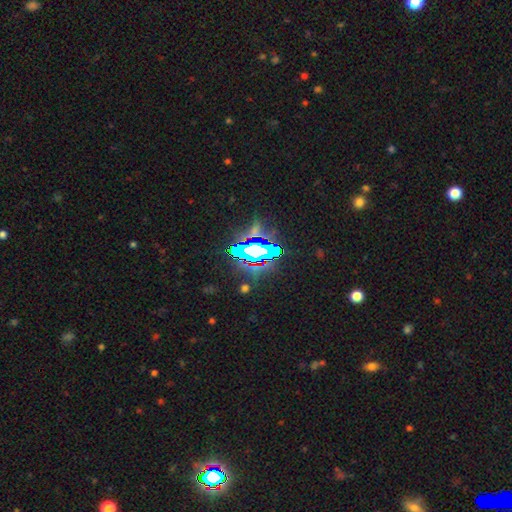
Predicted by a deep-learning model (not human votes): smooth_or_featured: star or artifact (p=0.69) [alt: smooth p=0.16]